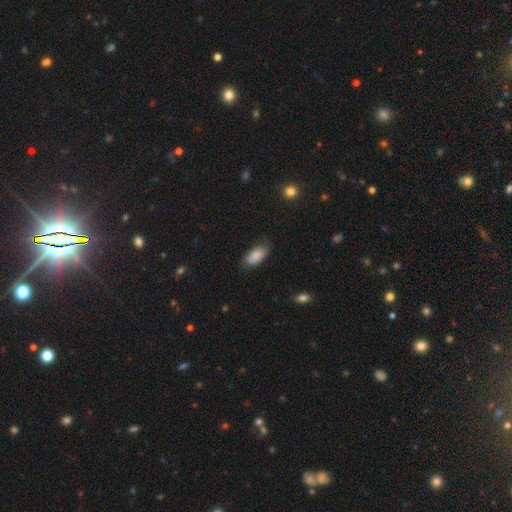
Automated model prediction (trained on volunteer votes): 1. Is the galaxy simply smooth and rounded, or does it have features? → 86% smooth, 8% featured or disk, 7% star or artifact.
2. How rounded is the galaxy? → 90% in between, 7% cigar-shaped, 2% round.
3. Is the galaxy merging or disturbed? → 74% none, 21% minor disturbance, 4% major disturbance, 1% merger.